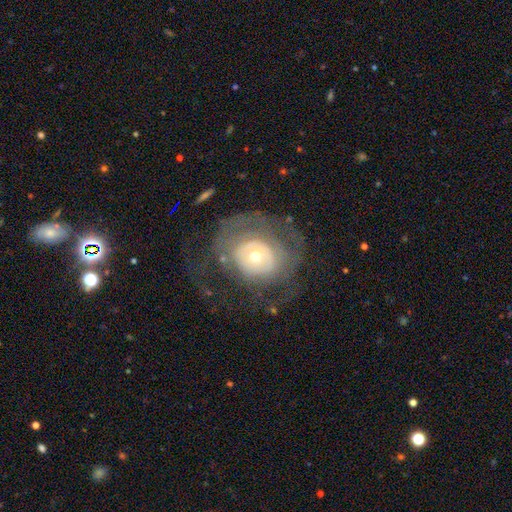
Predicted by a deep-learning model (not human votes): Smooth or featured? Predicted: featured or disk (p=0.62). Edge-on disk? Predicted: no (p=0.96). Bar? Predicted: no (p=0.85). Spiral arms? Predicted: no (p=0.51). Bulge size? Predicted: moderate (p=0.47). Merging? Predicted: none (p=0.50).